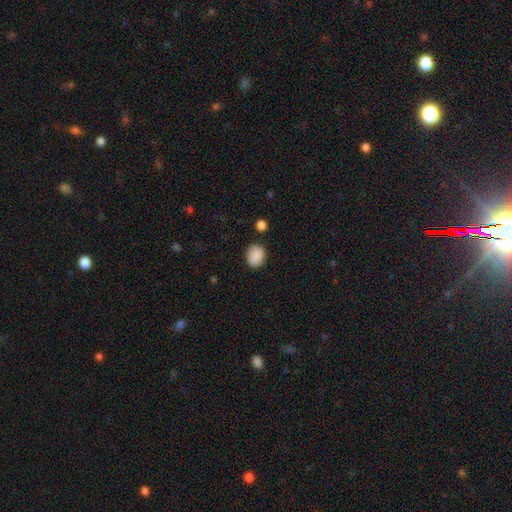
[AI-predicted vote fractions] Smooth or featured? smooth (89%)
How rounded? round (52%)
Merging? none (84%)